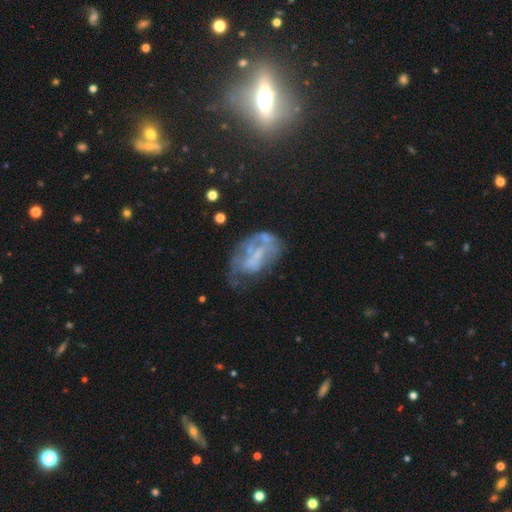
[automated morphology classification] featured or disk 60%, smooth 27%, star or artifact 13%. Down the decision tree: edge-on disk — no (96%); bar — no (61%); spiral arms — no (63%); bulge size — none (55%); merging — none (35%).